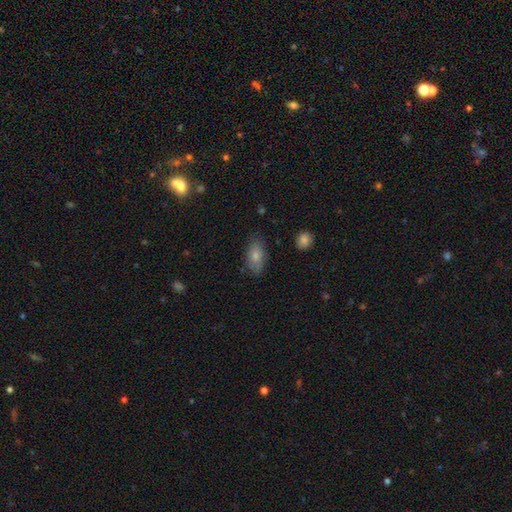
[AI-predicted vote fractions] Smooth or featured? Predicted: smooth (p=0.79). How rounded? Predicted: in between (p=0.91). Merging? Predicted: none (p=0.78).